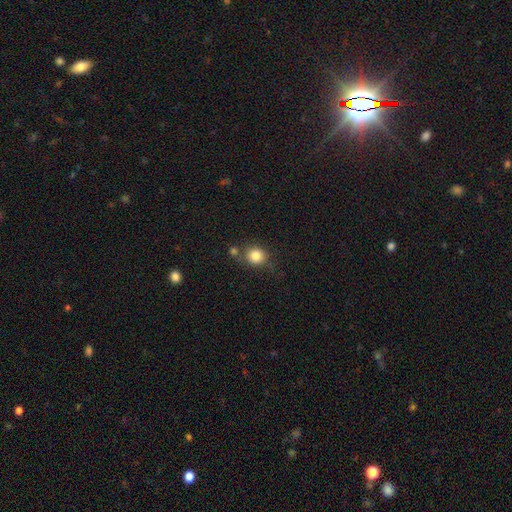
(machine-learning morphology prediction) Smooth or featured? Predicted: smooth (p=0.83). How rounded? Predicted: round (p=0.83). Merging? Predicted: none (p=0.65).